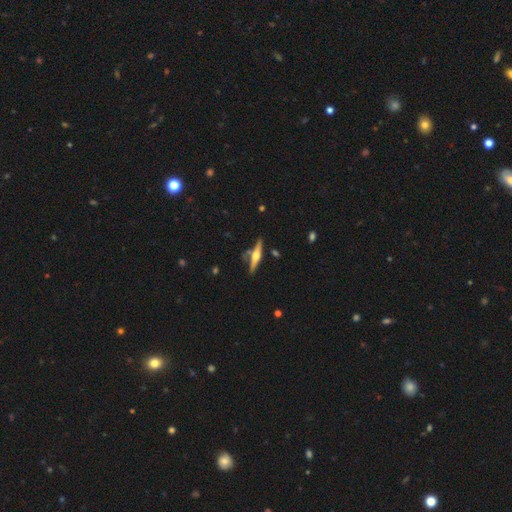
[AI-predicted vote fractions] A featured or disk galaxy (73%) viewed edge-on (97%) with a rounded central bulge (92%). Merging: none (78%).